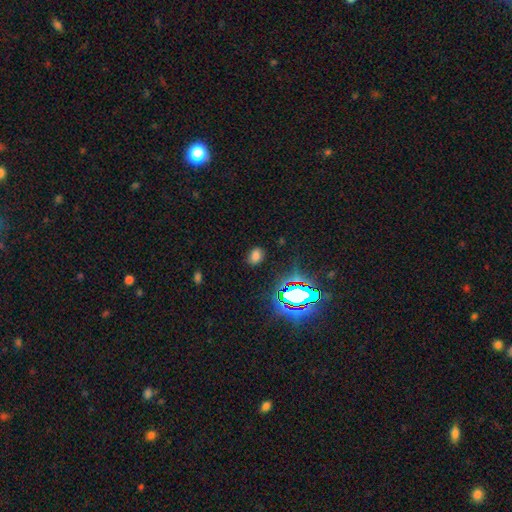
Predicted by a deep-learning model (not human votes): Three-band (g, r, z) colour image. It shows a smooth galaxy with no disk features (67%) that is in between round and cigar-shaped (77%). Merging: none (82%).